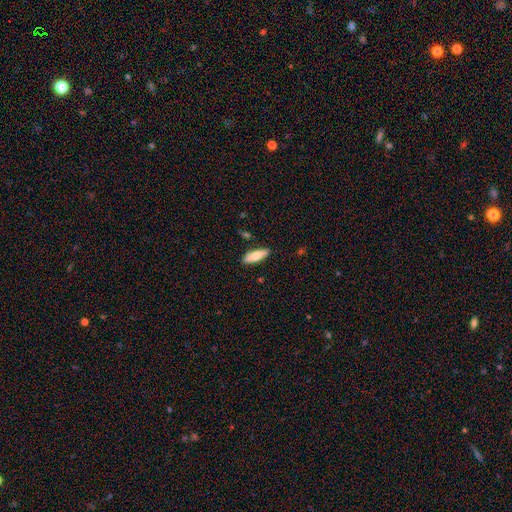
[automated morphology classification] A smooth galaxy with no disk features (72%) that is in between round and cigar-shaped (63%).

Vote fractions:
- Smooth or featured? smooth: 72% / featured or disk: 22% / star or artifact: 6%
- How rounded? in between: 63% / cigar-shaped: 35% / round: 2%
- Merging? none: 85% / minor disturbance: 11% / merger: 2% / major disturbance: 2%